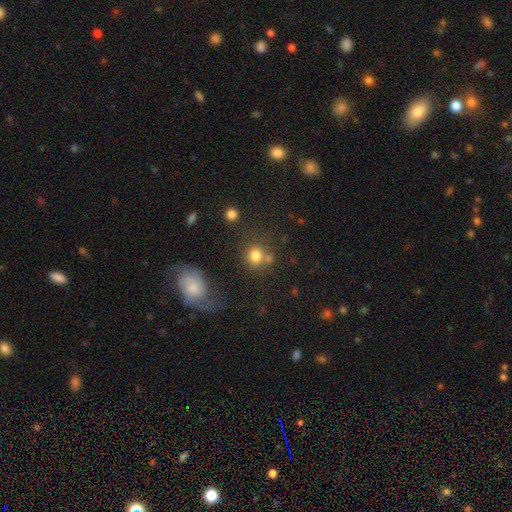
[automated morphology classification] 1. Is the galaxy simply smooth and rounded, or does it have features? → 79% smooth, 13% star or artifact, 8% featured or disk.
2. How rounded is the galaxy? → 83% round, 16% in between, 1% cigar-shaped.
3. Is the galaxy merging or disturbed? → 59% none, 23% merger, 12% minor disturbance, 6% major disturbance.